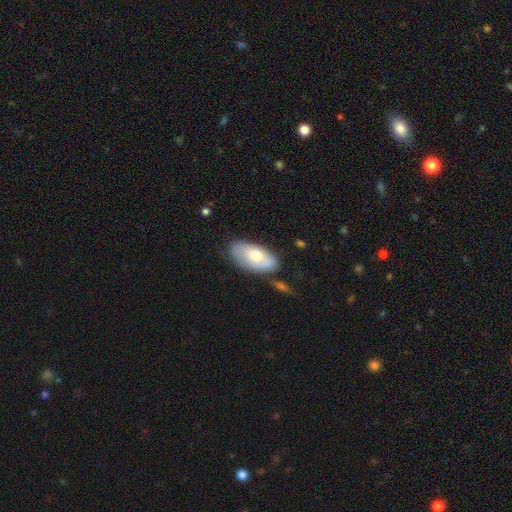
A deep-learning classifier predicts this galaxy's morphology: Smooth or featured? smooth (65%)
How rounded? in between (92%)
Merging? none (66%)